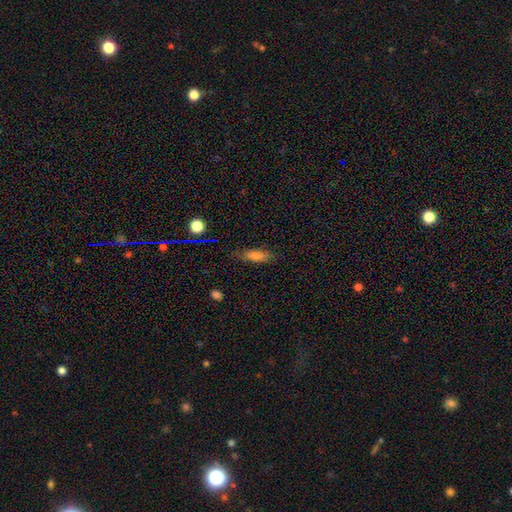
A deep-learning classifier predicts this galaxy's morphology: A smooth galaxy with no disk features (78%) that is in between round and cigar-shaped (56%). Merging: none (78%).